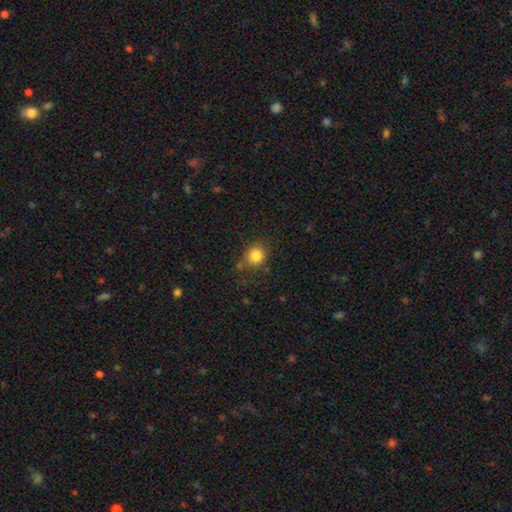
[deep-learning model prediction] Q: Smooth or featured?
A: smooth (83%); runner-up: star or artifact (11%)
Q: How rounded?
A: round (78%); runner-up: in between (21%)
Q: Merging?
A: none (71%); runner-up: minor disturbance (18%)